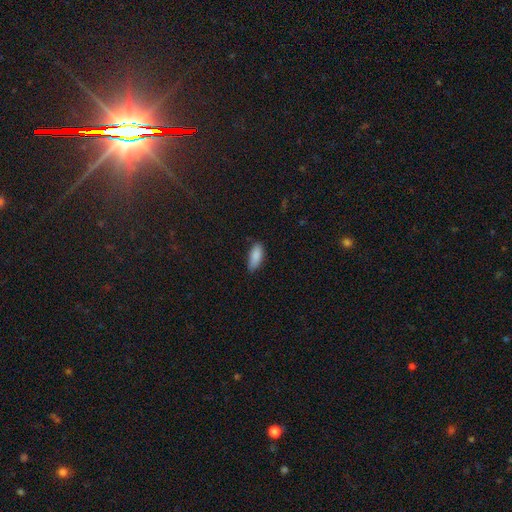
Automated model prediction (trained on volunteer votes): Smooth or featured?
  - smooth: 88% *
  - star or artifact: 7%
  - featured or disk: 5%
How rounded?
  - in between: 80% *
  - cigar-shaped: 19%
  - round: 2%
Merging?
  - none: 77% *
  - minor disturbance: 19%
  - major disturbance: 3%
  - merger: 1%